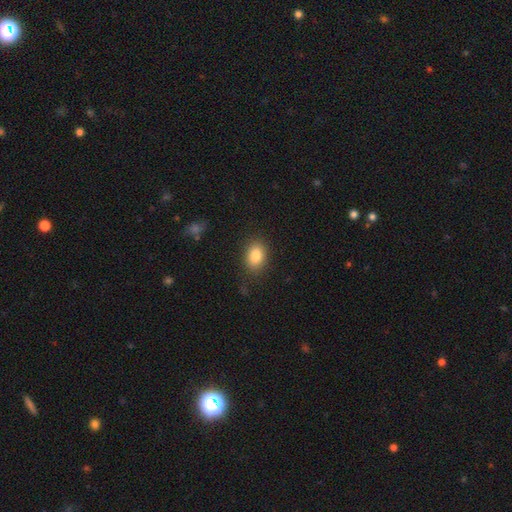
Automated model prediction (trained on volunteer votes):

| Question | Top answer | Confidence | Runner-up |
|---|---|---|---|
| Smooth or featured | smooth | 84% | star or artifact (9%) |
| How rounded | in between | 76% | round (23%) |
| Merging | none | 85% | minor disturbance (11%) |